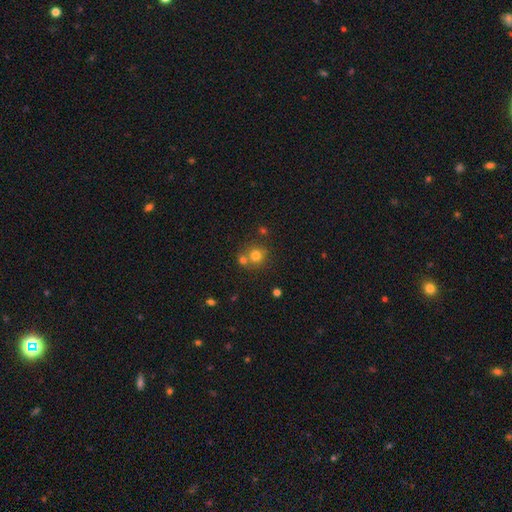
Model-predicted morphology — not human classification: A smooth galaxy with no disk features (75%) that is round (89%). Merging: none (61%).